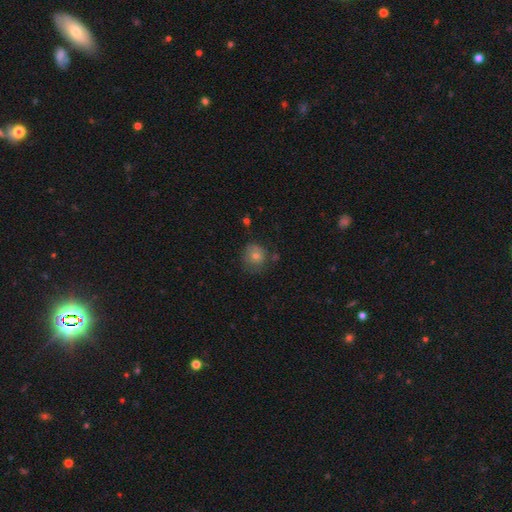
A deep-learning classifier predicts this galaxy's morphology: This appears to be a smooth galaxy with no disk features (74%) that is round (85%). Merging: none (66%).